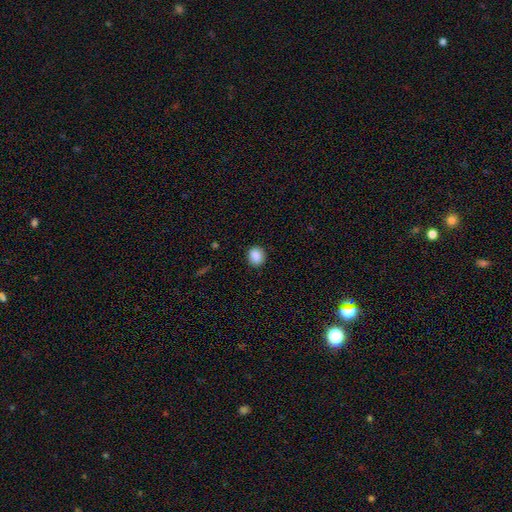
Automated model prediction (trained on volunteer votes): The model was most divided on "how rounded": round: 68%, in between: 31%, cigar-shaped: 1%. More confident: merging — none (89%); smooth or featured — smooth (88%).